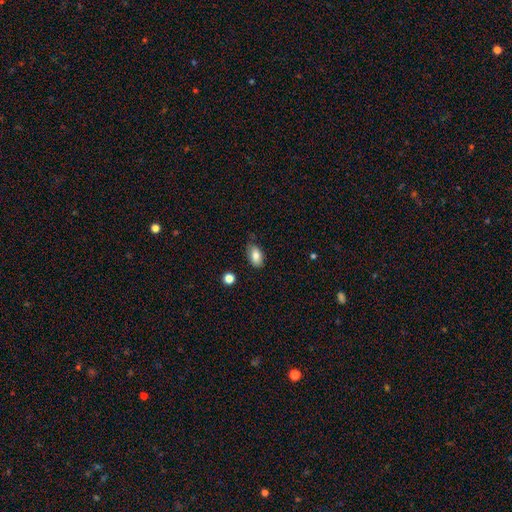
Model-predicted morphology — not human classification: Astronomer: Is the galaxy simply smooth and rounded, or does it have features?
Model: smooth — 82%.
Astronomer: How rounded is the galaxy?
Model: in between — 91%.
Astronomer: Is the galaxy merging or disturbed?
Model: none — 71%.